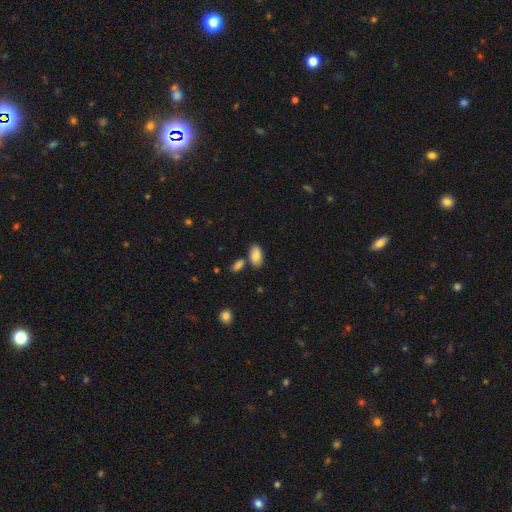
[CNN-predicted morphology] This appears to be a smooth galaxy with no disk features (84%) that is in between round and cigar-shaped (94%). Merging: none (72%).